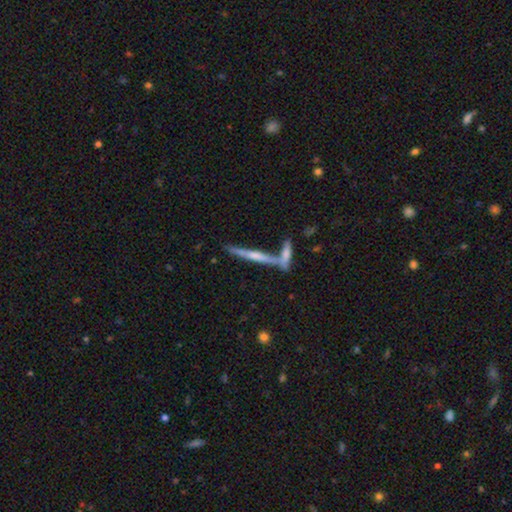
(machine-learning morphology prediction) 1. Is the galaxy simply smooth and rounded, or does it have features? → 68% featured or disk, 24% smooth, 8% star or artifact.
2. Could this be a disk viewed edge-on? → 96% yes, 4% no.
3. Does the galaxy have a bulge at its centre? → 65% rounded, 24% none, 11% boxy.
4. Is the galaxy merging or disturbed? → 66% none, 22% merger, 9% minor disturbance, 3% major disturbance.